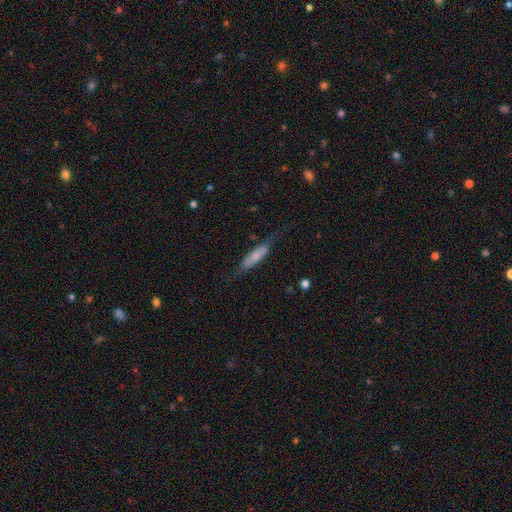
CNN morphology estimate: type=smooth (55%); roundness=cigar-shaped (67%); merging=none (57%).